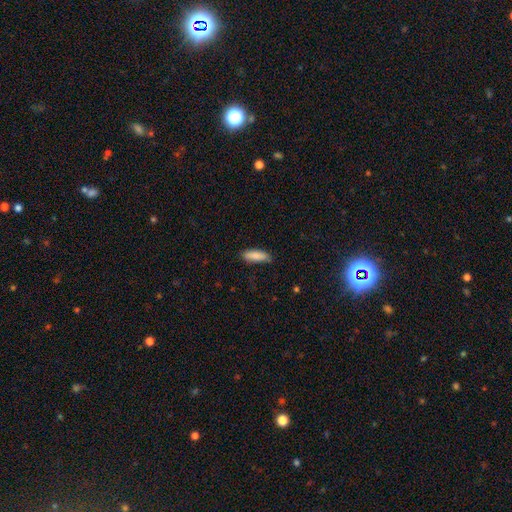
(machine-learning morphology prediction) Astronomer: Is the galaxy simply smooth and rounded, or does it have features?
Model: smooth — 87%.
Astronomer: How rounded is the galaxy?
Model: in between — 52% (runner-up: cigar-shaped, 47%).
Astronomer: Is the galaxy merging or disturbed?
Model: none — 79%.